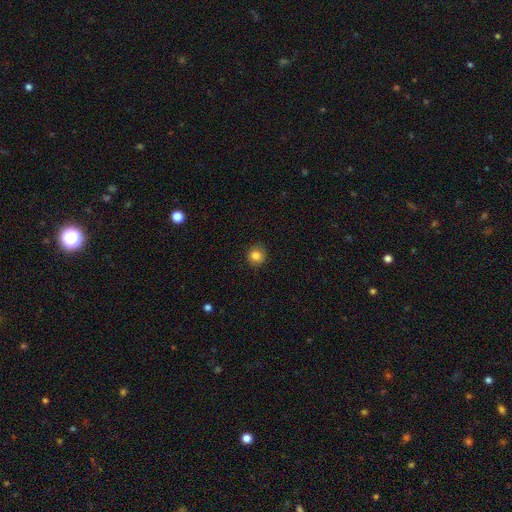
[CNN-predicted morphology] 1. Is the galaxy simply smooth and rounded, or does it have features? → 84% smooth, 11% star or artifact, 6% featured or disk.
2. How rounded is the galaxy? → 87% round, 12% in between, 1% cigar-shaped.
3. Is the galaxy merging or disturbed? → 87% none, 10% minor disturbance, 2% major disturbance, 1% merger.